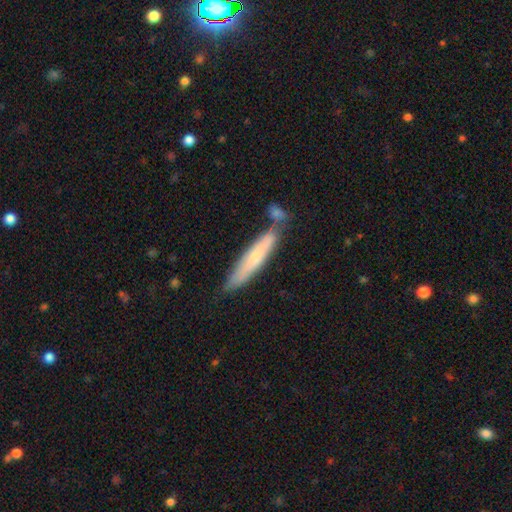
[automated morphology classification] This is likely a smooth galaxy (63%). How rounded: clearly cigar-shaped (89%). Merging: likely none (61%).